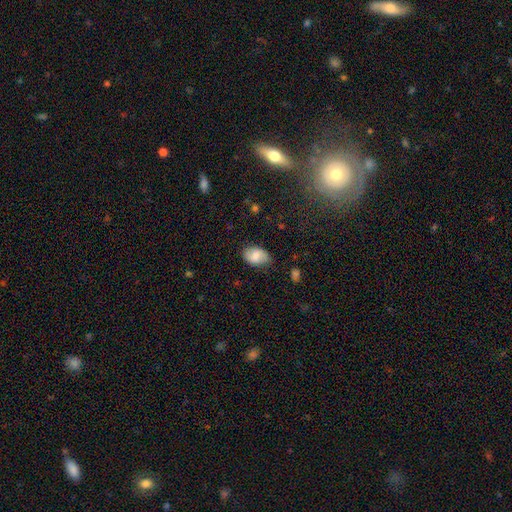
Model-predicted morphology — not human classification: The model was most divided on "merging": none: 77%, minor disturbance: 18%, major disturbance: 4%, merger: 1%. More confident: how rounded — in between (88%); smooth or featured — smooth (76%).